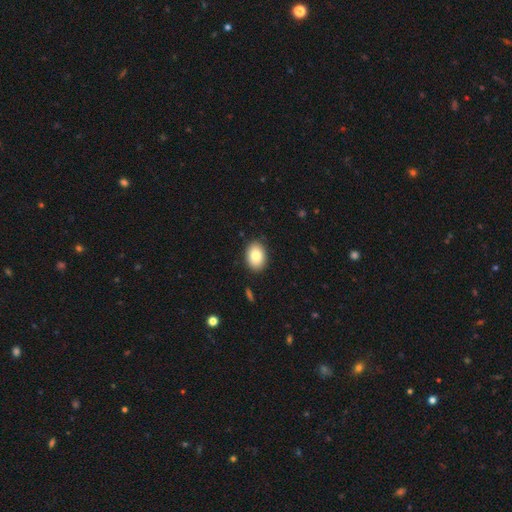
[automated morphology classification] A smooth galaxy with no disk features (83%) that is in between round and cigar-shaped (79%). Merging: none (89%).